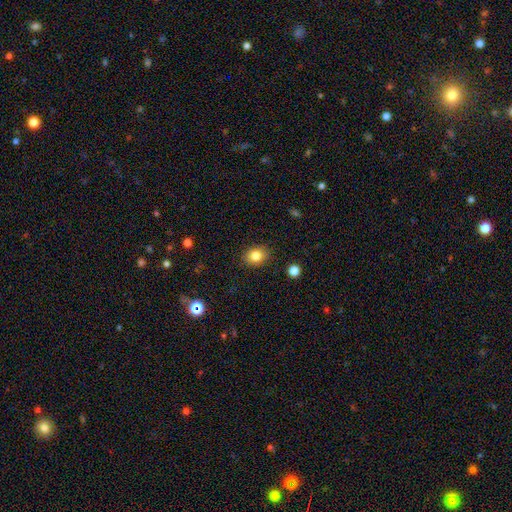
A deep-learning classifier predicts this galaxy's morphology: Smooth or featured? Predicted: smooth (p=0.83). How rounded? Predicted: in between (p=0.52). Merging? Predicted: none (p=0.88).